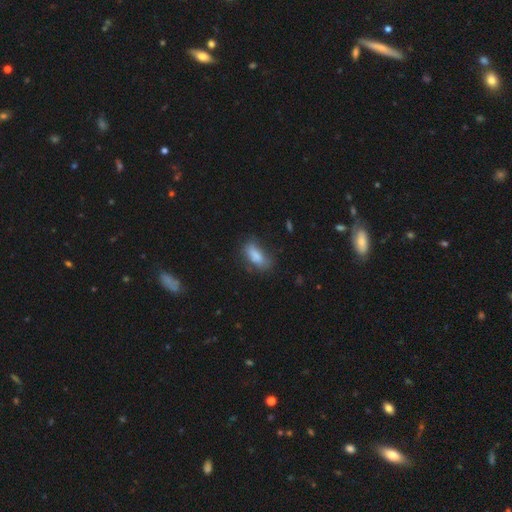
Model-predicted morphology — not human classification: type=smooth (78%); roundness=in between (80%); merging=none (56%).